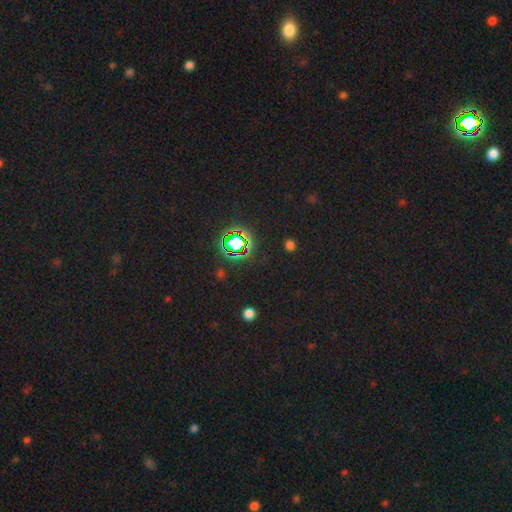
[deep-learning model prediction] A star or artifact, not a galaxy (77%).

Vote fractions:
- Smooth or featured? star or artifact: 77% / smooth: 16% / featured or disk: 7%